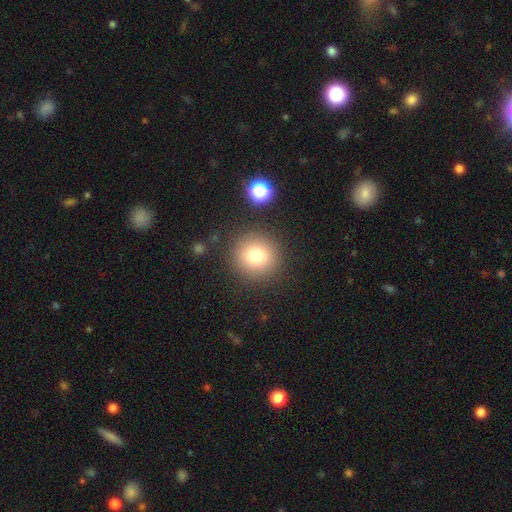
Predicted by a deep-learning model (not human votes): This is likely a smooth galaxy (77%). How rounded: clearly round (94%). Merging: clearly none (87%).